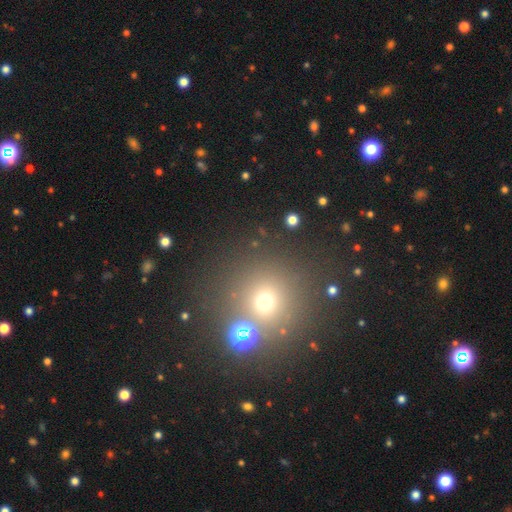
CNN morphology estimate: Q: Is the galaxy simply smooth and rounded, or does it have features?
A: smooth — 52%.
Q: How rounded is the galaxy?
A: round — 91%.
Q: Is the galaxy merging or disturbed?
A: none — 73%.